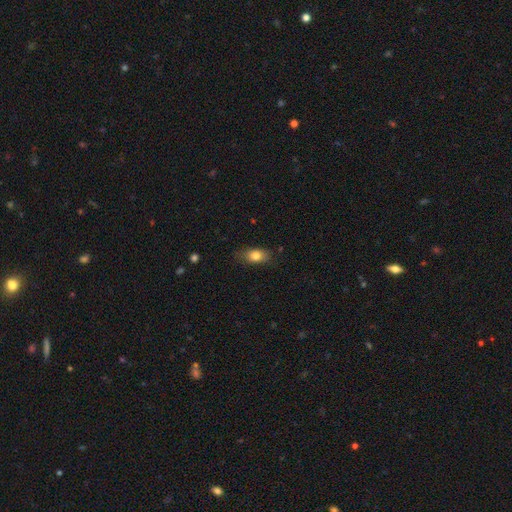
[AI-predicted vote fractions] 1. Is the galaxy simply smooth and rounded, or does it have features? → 80% smooth, 12% featured or disk, 9% star or artifact.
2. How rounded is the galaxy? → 82% in between, 12% round, 6% cigar-shaped.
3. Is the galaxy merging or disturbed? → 78% none, 17% minor disturbance, 4% major disturbance, 1% merger.